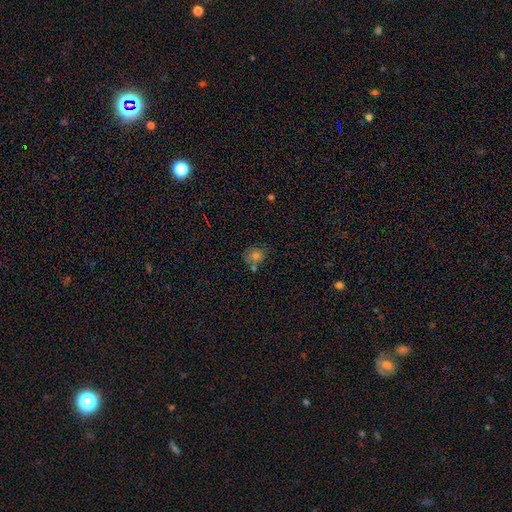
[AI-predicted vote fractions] smooth_or_featured: smooth (p=0.68) [alt: star or artifact p=0.20]
how_rounded: round (p=0.69) [alt: in between p=0.30]
merging: none (p=0.65) [alt: minor disturbance p=0.16]